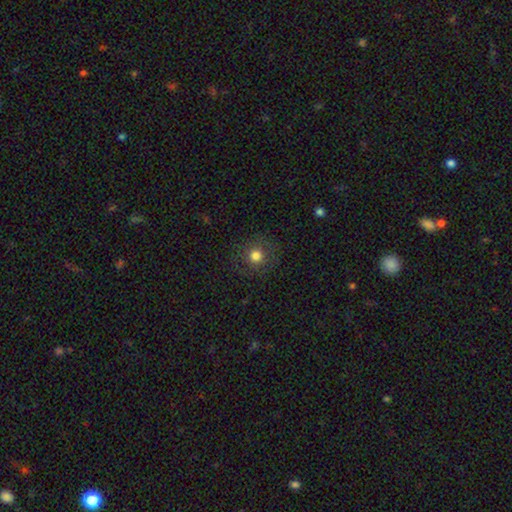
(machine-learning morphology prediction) Smooth or featured: smooth — 78% (star or artifact — 12%)
How rounded: round — 93% (in between — 6%)
Merging: none — 86% (minor disturbance — 8%)